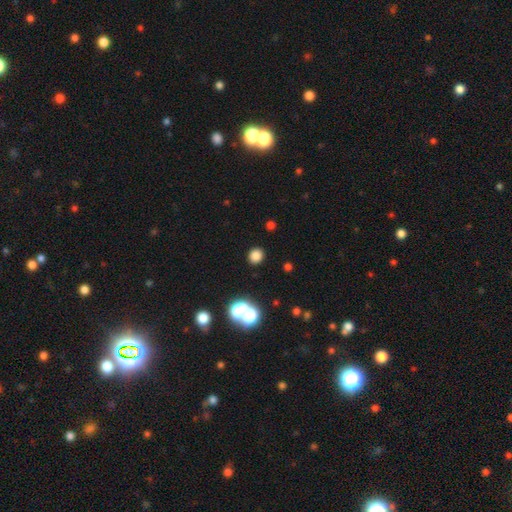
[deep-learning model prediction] A smooth galaxy with no disk features (79%) that is round (81%). Merging: none (88%).